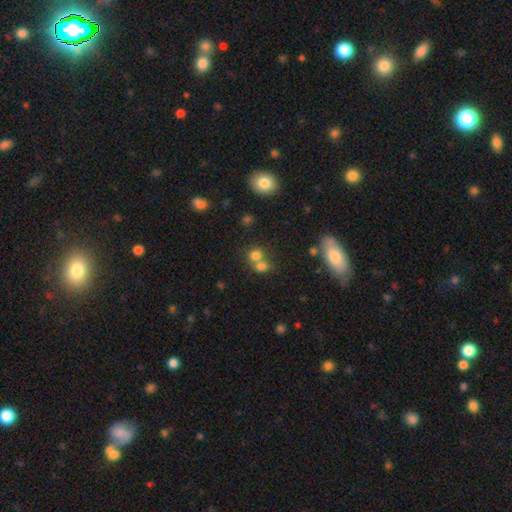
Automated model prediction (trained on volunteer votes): The model was most divided on "merging": merger: 52%, none: 38%, minor disturbance: 7%, major disturbance: 4%. More confident: smooth or featured — smooth (75%); how rounded — round (69%).